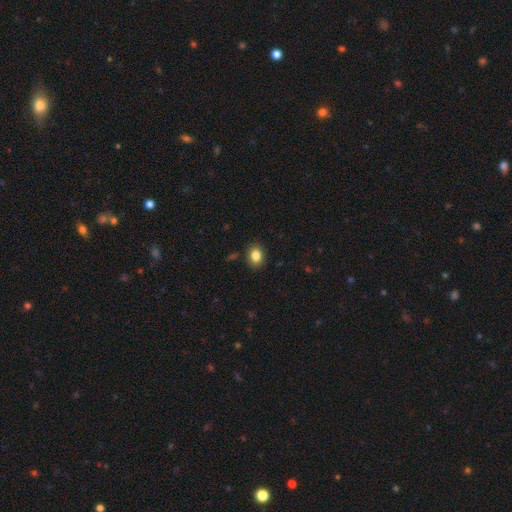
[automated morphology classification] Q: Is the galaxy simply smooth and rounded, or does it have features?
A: smooth — 85%.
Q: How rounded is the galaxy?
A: in between — 63%.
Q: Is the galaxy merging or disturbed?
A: none — 88%.